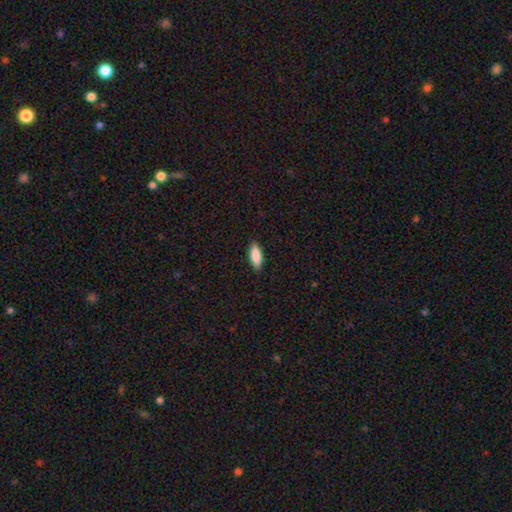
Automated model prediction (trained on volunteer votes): A smooth galaxy with no disk features (88%) that is in between round and cigar-shaped (65%). Merging: none (87%).